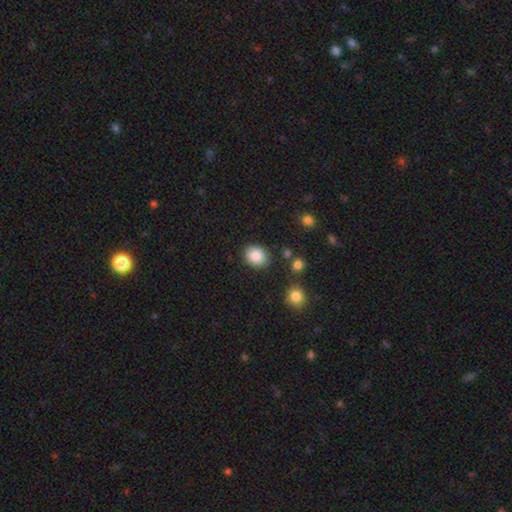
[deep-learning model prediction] Smooth or featured? smooth (87%)
How rounded? round (54%)
Merging? none (85%)